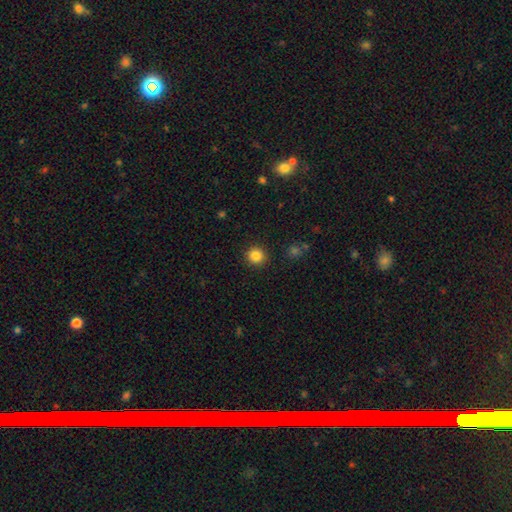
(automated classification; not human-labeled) This is clearly a smooth galaxy (85%). How rounded: clearly round (93%). Merging: clearly none (92%).